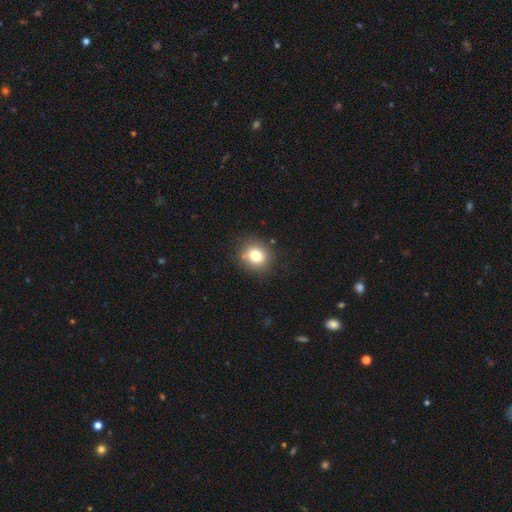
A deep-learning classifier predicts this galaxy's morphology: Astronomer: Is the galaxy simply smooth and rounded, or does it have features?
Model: smooth — 79%.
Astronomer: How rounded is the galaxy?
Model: round — 72%.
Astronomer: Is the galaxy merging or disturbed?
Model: none — 82%.